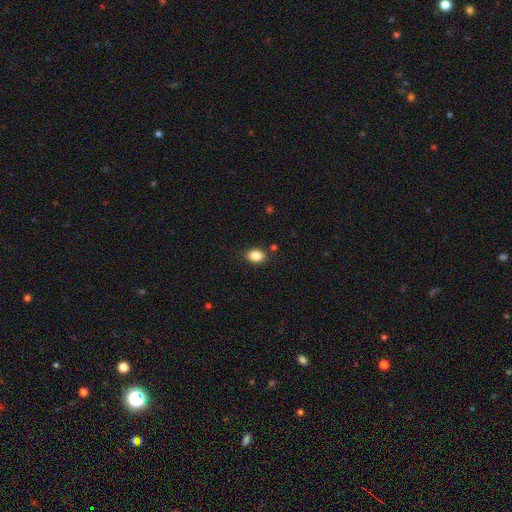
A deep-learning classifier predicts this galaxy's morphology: Overall: smooth (86%). How rounded: in between (76%). Merging: none (85%).